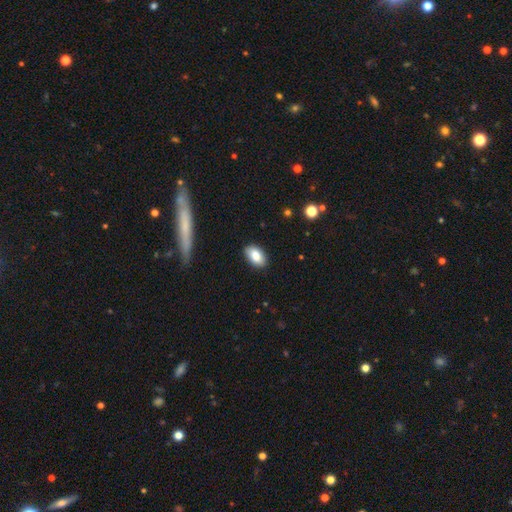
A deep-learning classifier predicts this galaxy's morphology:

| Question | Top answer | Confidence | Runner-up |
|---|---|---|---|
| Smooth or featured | smooth | 84% | featured or disk (9%) |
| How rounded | in between | 91% | round (7%) |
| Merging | none | 87% | minor disturbance (10%) |